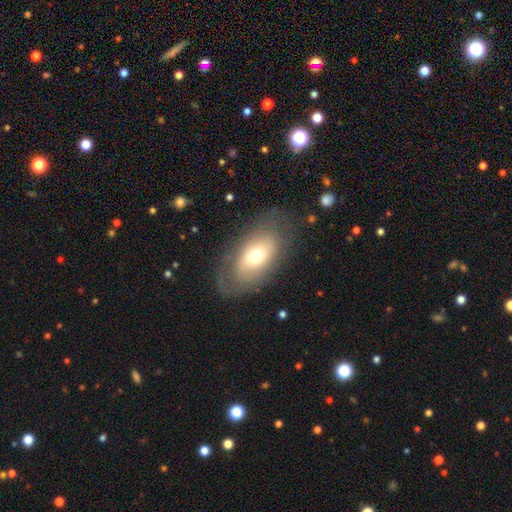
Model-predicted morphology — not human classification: This appears to be a smooth galaxy with no disk features (53%) that is in between round and cigar-shaped (88%). Merging: none (73%).